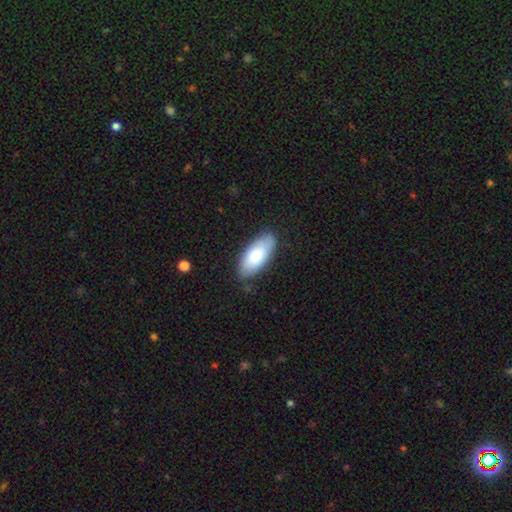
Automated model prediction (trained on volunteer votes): Morphology: type=smooth (75%); roundness=in between (88%); merging=none (81%).